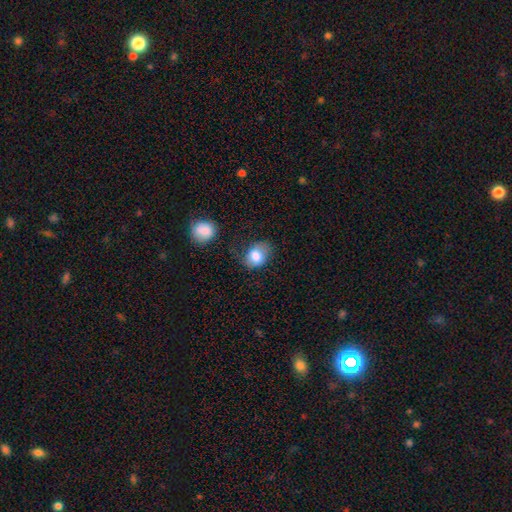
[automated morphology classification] Smooth or featured? smooth (81%)
How rounded? in between (59%)
Merging? none (59%)